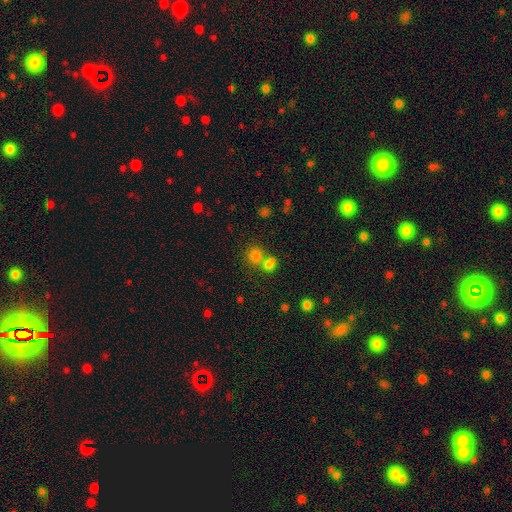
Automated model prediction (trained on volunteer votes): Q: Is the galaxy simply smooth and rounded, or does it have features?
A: smooth — 77%.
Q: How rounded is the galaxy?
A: round — 77%.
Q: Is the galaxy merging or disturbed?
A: none — 50%.